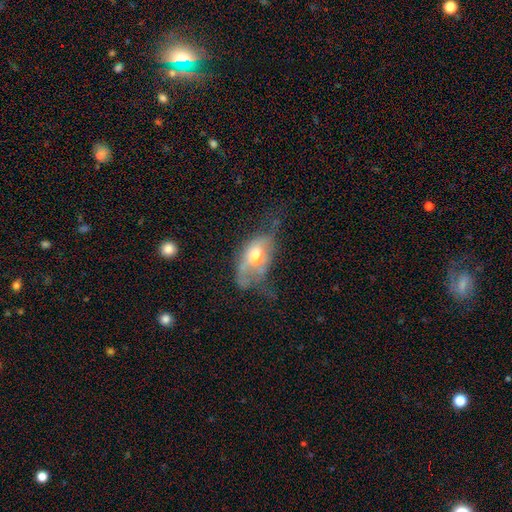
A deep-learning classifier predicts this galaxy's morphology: type=smooth (49%); merging=major disturbance (45%).